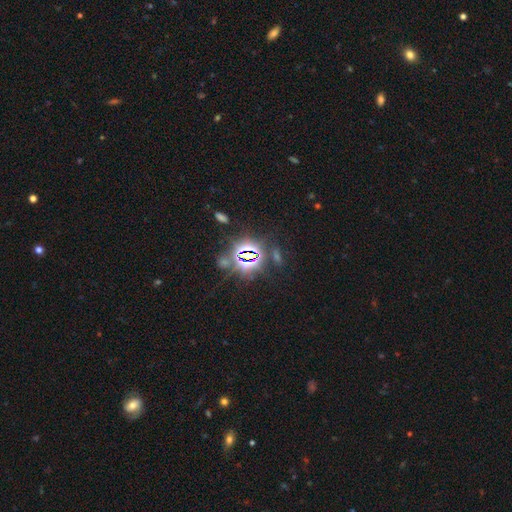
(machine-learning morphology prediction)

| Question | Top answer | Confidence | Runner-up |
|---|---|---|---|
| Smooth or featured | star or artifact | 79% | smooth (12%) |